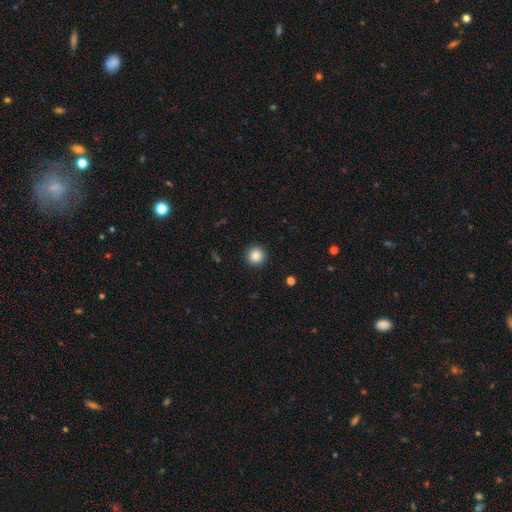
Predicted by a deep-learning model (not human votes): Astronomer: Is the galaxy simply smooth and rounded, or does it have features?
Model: smooth — 86%.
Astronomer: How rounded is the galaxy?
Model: round — 96%.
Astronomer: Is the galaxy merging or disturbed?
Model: none — 92%.